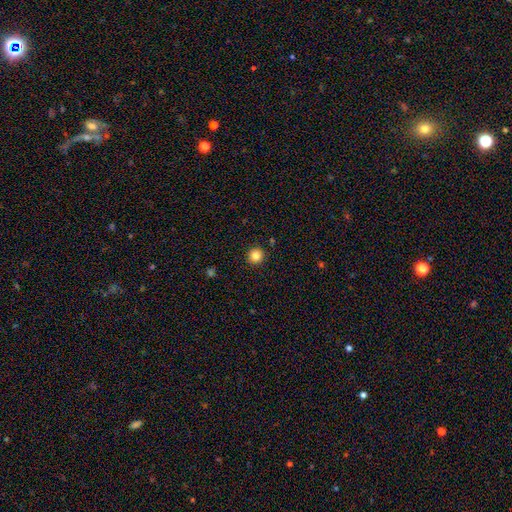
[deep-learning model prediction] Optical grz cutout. It shows a smooth galaxy with no disk features (83%) that is round (95%). Merging: none (92%).